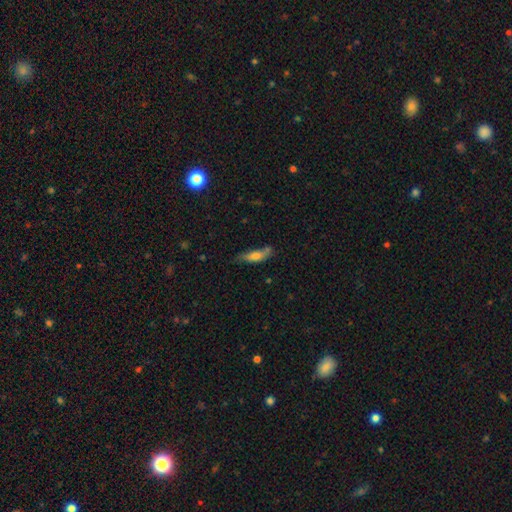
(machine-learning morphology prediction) The model was most divided on "how rounded": cigar-shaped: 57%, in between: 41%, round: 3%. More confident: smooth or featured — smooth (64%); merging — none (55%).